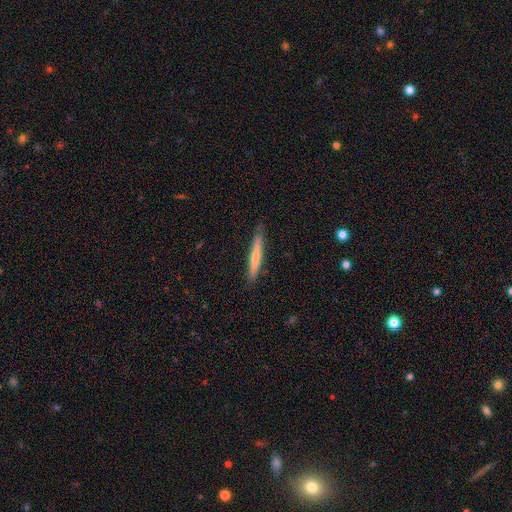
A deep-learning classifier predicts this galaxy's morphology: A smooth galaxy with no disk features (51%) that is cigar-shaped (96%).

Vote fractions:
- Smooth or featured? smooth: 51% / featured or disk: 43% / star or artifact: 6%
- How rounded? cigar-shaped: 96% / in between: 3% / round: 1%
- Merging? none: 87% / minor disturbance: 10% / major disturbance: 2% / merger: 1%